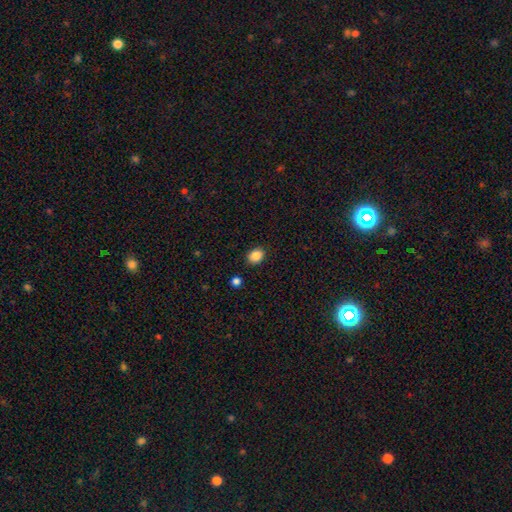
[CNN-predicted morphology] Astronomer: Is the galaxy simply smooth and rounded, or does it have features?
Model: smooth — 87%.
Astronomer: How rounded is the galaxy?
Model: in between — 57% (runner-up: round, 42%).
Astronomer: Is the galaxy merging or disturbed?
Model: none — 87%.